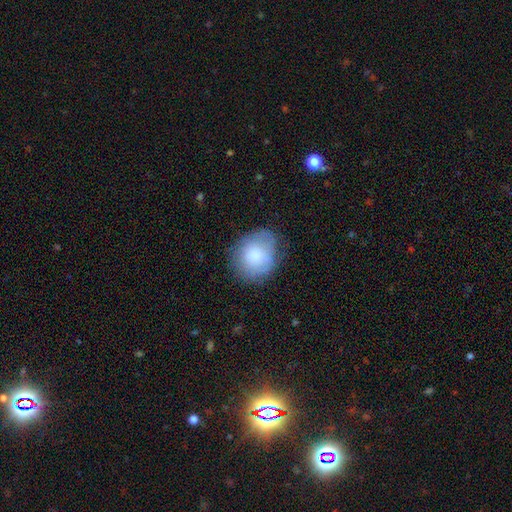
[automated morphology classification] Smooth or featured: smooth — 75% (featured or disk — 17%)
How rounded: round — 62% (in between — 37%)
Merging: none — 63% (minor disturbance — 27%)